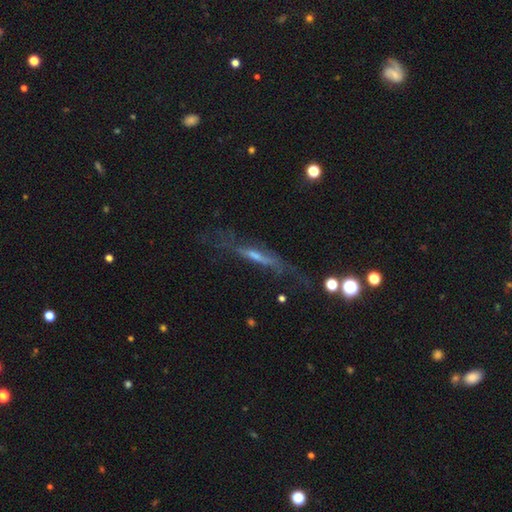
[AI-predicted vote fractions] Overall: featured or disk (62%; smooth 26%). Edge-on disk: yes (68%; no 32%). Merging: none (52%; major disturbance 22%).